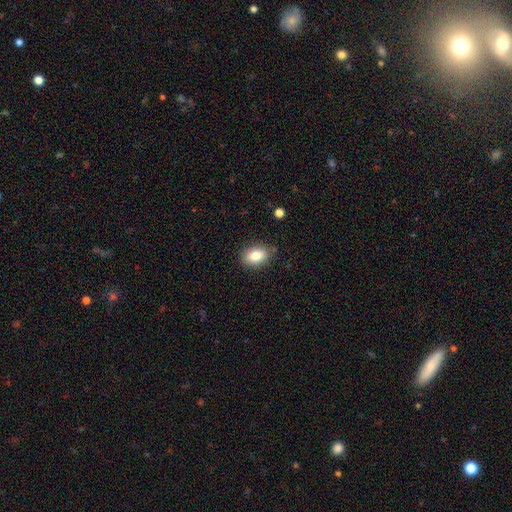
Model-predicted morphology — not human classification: Smooth or featured: smooth — 84% (star or artifact — 8%)
How rounded: in between — 80% (round — 18%)
Merging: none — 85% (minor disturbance — 11%)